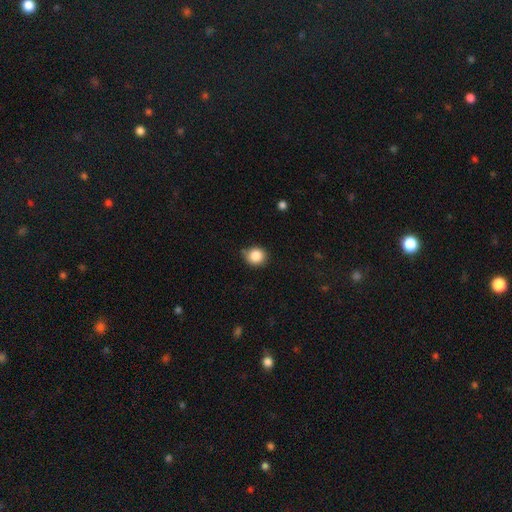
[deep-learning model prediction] smooth-or-featured: smooth: 85% | star or artifact: 10% | featured or disk: 5%
  how-rounded: round: 85% | in between: 14% | cigar-shaped: 1%
  merging: none: 73% | minor disturbance: 21% | major disturbance: 4% | merger: 3%